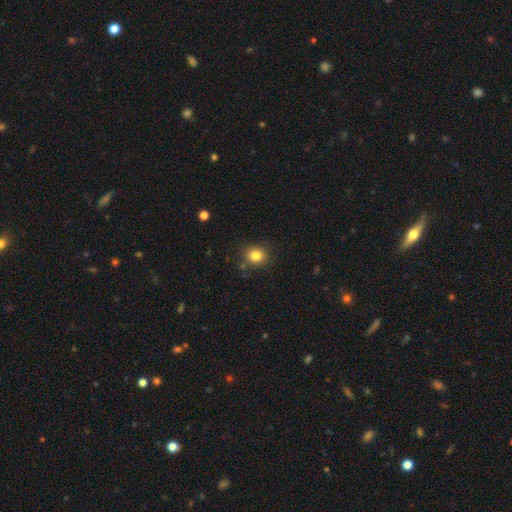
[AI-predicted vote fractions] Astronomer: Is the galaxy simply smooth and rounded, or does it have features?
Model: smooth — 82%.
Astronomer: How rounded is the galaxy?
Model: round — 78%.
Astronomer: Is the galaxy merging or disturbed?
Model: none — 81%.